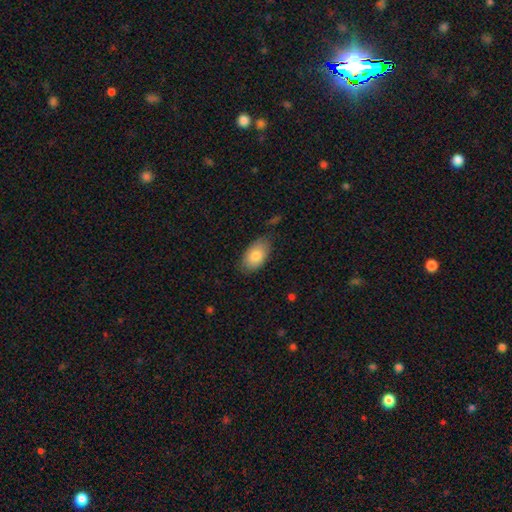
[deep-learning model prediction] This appears to be a smooth galaxy with no disk features (82%) that is in between round and cigar-shaped (93%). Merging: none (74%).